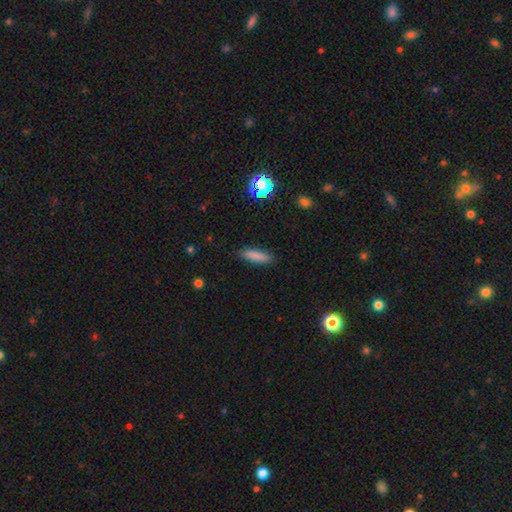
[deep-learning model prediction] A smooth galaxy with no disk features (84%) that is cigar-shaped (70%). Merging: none (89%).